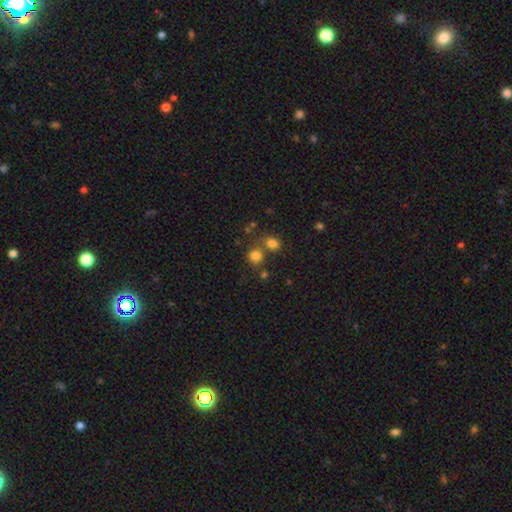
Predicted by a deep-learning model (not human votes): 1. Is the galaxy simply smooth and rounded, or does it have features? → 77% smooth, 15% star or artifact, 7% featured or disk.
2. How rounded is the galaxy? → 79% round, 20% in between, 1% cigar-shaped.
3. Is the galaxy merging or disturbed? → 59% none, 27% merger, 9% minor disturbance, 4% major disturbance.